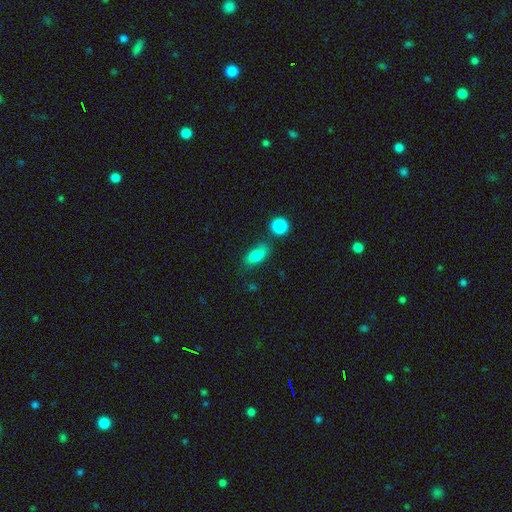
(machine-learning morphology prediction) A smooth galaxy with no disk features (82%) that is in between round and cigar-shaped (83%). Merging: none (65%).